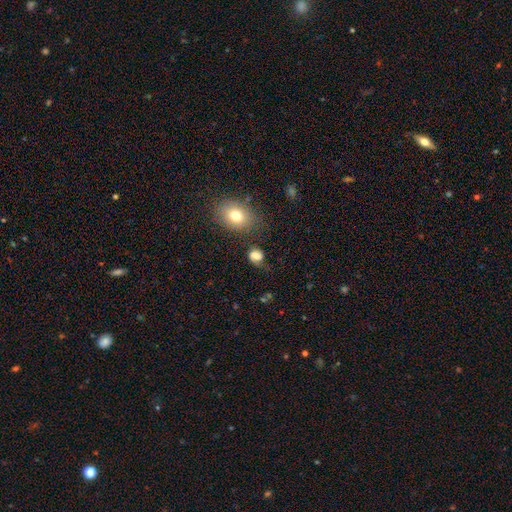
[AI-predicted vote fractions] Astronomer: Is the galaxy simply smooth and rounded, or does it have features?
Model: smooth — 75%.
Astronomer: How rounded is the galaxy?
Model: round — 54% (runner-up: in between, 44%).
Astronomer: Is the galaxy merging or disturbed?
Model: none — 50% (runner-up: minor disturbance, 26%).